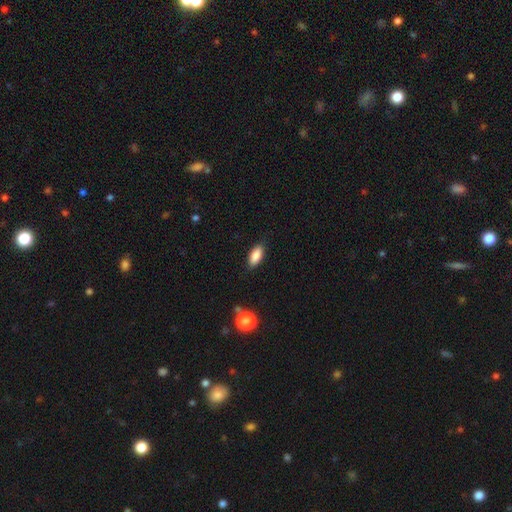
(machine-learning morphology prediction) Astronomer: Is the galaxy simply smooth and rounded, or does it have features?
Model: smooth — 86%.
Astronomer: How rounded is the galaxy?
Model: in between — 83%.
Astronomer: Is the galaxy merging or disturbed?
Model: none — 84%.